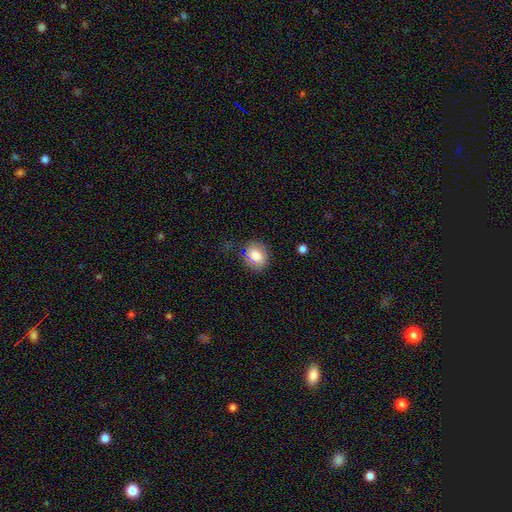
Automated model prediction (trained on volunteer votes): A smooth galaxy with no disk features (77%) that is round (67%). Merging: none (78%).